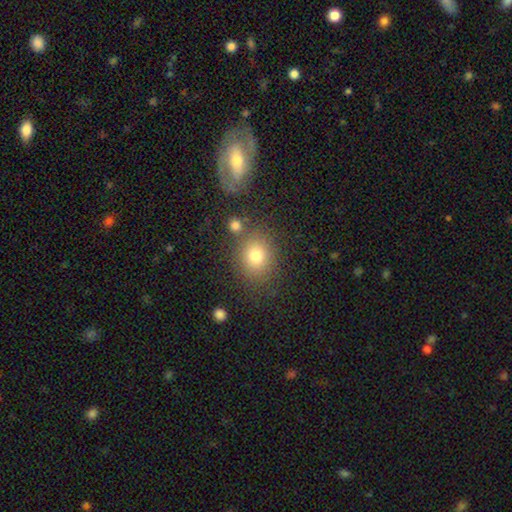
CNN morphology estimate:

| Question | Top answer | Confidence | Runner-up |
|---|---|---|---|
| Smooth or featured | smooth | 76% | star or artifact (13%) |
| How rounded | round | 69% | in between (30%) |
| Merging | none | 75% | minor disturbance (12%) |